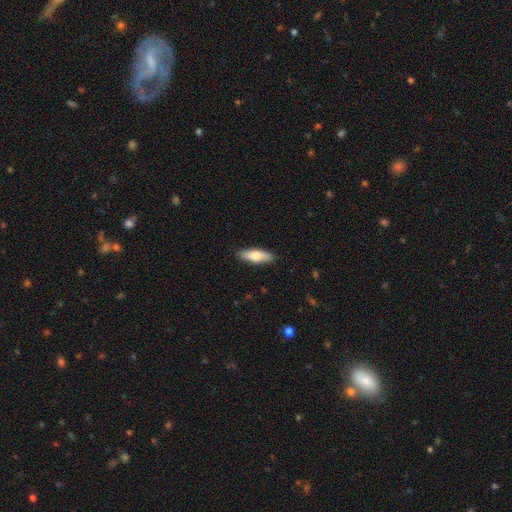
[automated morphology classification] Overall: smooth (66%; featured or disk 28%). How rounded: in between (50%; cigar-shaped 47%). Merging: none (89%).